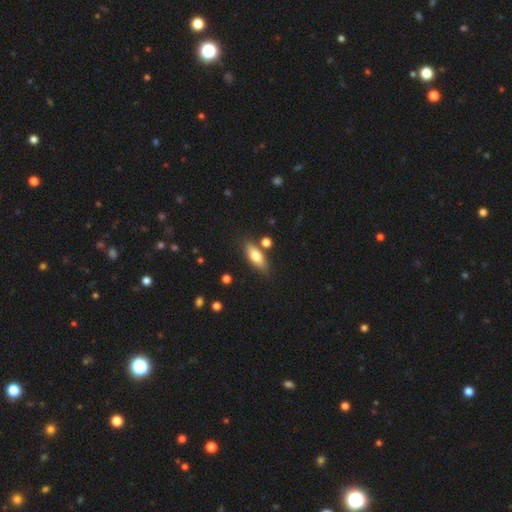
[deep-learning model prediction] This is likely a smooth galaxy (74%). How rounded: likely in between (70%). Merging: likely none (78%).